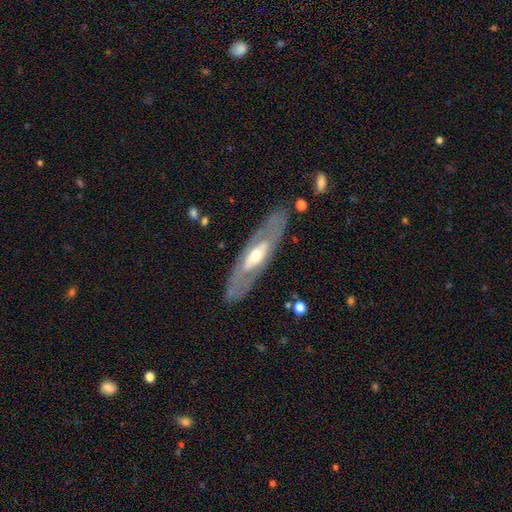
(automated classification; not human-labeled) Morphology: type=featured or disk (69%); edge-on=no (66%); merging=none (83%).